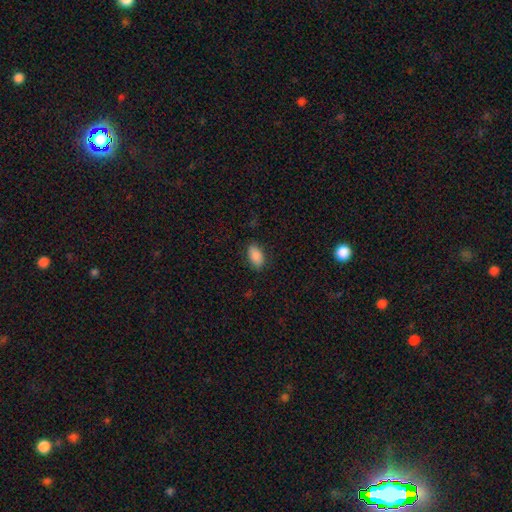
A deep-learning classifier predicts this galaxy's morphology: Overall: smooth (89%). How rounded: in between (93%). Merging: none (86%).